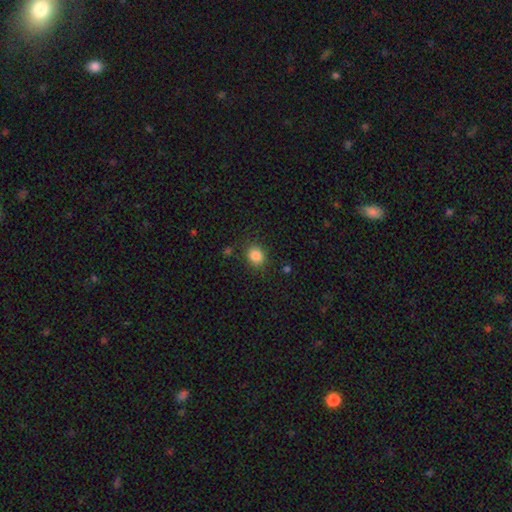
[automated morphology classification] smooth_or_featured: smooth (p=0.85) [alt: star or artifact p=0.11]
how_rounded: round (p=0.67) [alt: in between p=0.32]
merging: none (p=0.84) [alt: minor disturbance p=0.10]